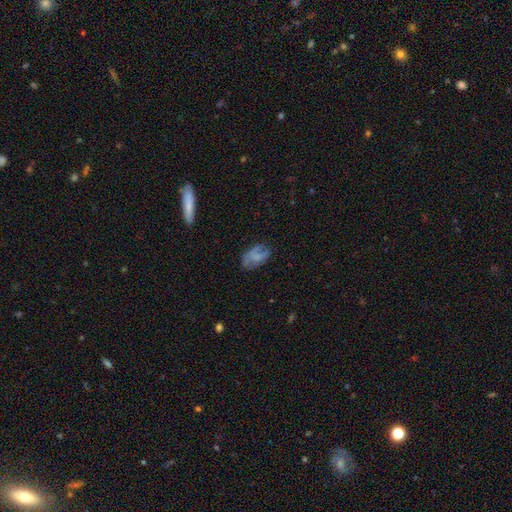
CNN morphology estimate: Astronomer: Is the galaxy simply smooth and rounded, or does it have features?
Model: smooth — 54% (runner-up: featured or disk, 35%).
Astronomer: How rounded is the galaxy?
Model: in between — 90%.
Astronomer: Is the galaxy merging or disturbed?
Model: none — 56%.